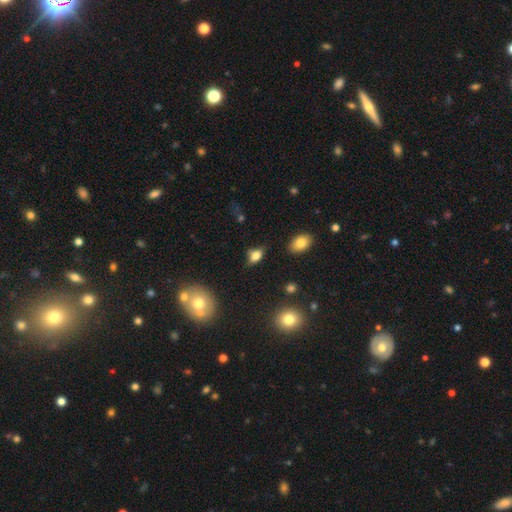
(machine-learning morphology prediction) Smooth or featured? Predicted: smooth (p=0.70). How rounded? Predicted: in between (p=0.81). Merging? Predicted: none (p=0.67).